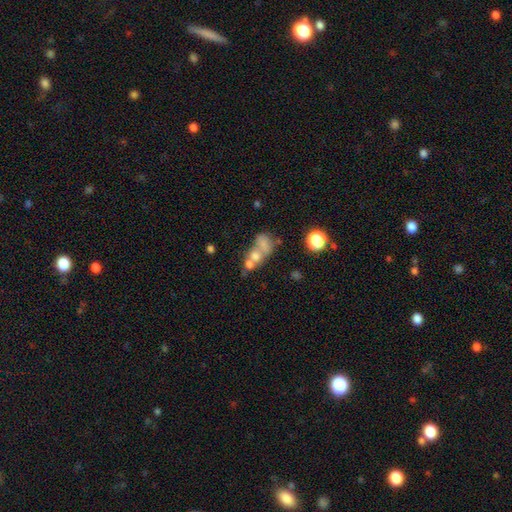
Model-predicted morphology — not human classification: Smooth or featured? smooth (61%)
How rounded? in between (49%)
Merging? merger (65%)